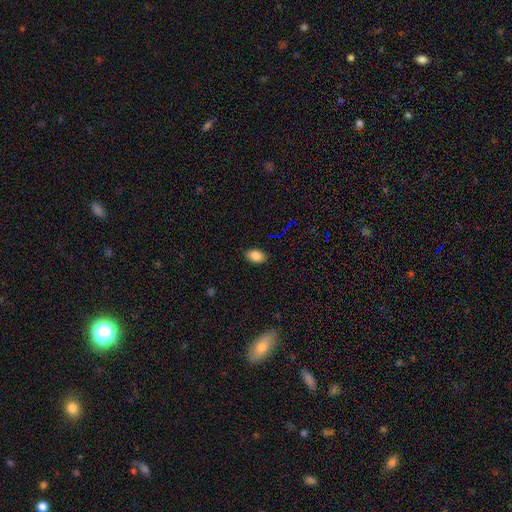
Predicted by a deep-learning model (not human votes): This is clearly a smooth galaxy (85%). How rounded: clearly in between (87%). Merging: clearly none (88%).